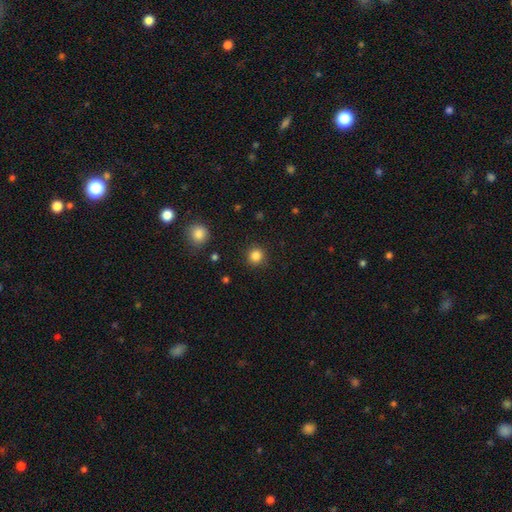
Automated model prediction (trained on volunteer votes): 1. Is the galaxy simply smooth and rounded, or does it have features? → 85% smooth, 11% star or artifact, 4% featured or disk.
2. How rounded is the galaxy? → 93% round, 6% in between, 1% cigar-shaped.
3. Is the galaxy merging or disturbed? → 91% none, 6% minor disturbance, 2% major disturbance, 1% merger.